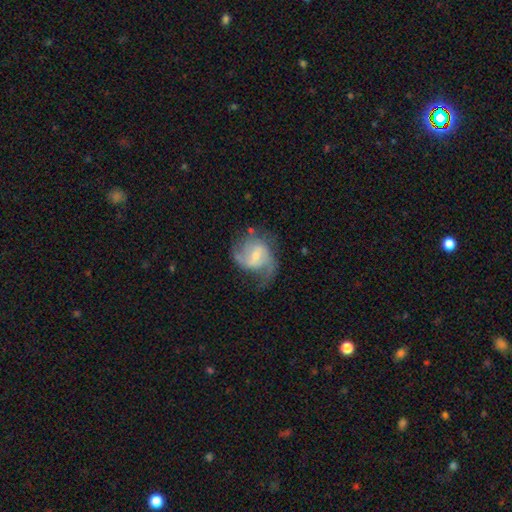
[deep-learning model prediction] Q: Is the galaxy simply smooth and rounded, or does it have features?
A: featured or disk — 78%.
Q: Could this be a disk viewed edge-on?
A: no — 98%.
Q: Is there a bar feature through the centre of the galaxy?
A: weak — 56%.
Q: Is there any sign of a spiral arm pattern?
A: yes — 93%.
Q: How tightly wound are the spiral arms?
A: medium — 46%.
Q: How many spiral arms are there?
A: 2 — 63%.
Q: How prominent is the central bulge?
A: small — 50%.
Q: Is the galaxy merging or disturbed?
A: none — 50%.